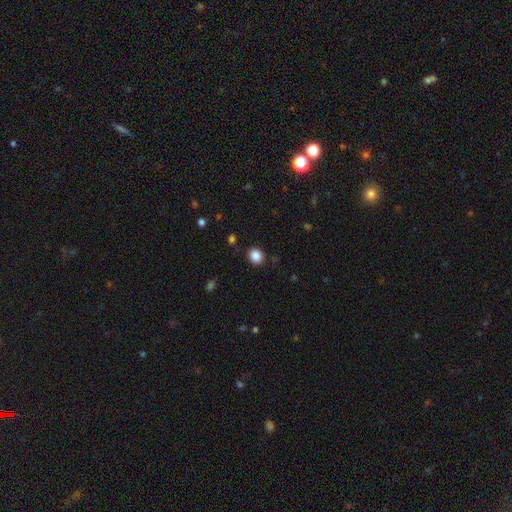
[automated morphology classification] Smooth or featured? Predicted: smooth (p=0.87). How rounded? Predicted: round (p=0.73). Merging? Predicted: none (p=0.89).